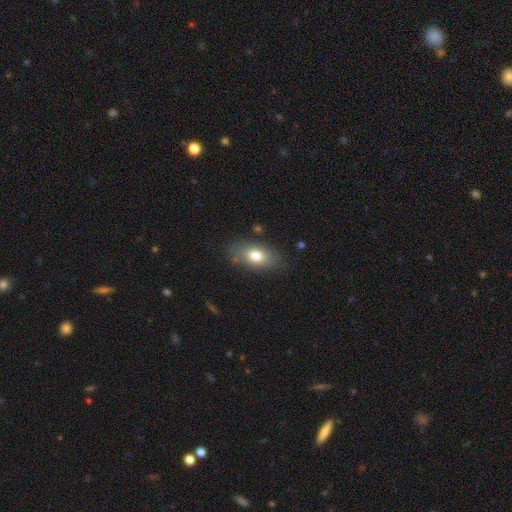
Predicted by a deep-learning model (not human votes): Smooth or featured?
  - smooth: 76% *
  - featured or disk: 16%
  - star or artifact: 8%
How rounded?
  - in between: 89% *
  - round: 7%
  - cigar-shaped: 4%
Merging?
  - none: 80% *
  - minor disturbance: 14%
  - major disturbance: 4%
  - merger: 2%